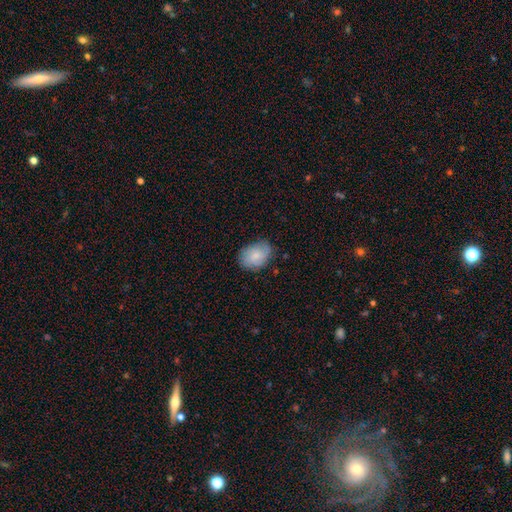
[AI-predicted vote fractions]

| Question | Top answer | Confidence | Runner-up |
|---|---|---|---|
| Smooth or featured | smooth | 68% | featured or disk (25%) |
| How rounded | in between | 78% | round (21%) |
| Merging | none | 74% | minor disturbance (21%) |